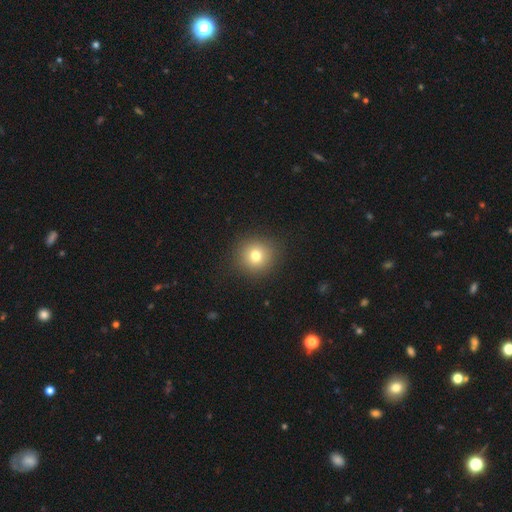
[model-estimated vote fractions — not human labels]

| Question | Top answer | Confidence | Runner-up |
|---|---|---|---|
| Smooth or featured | smooth | 76% | star or artifact (14%) |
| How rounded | round | 91% | in between (8%) |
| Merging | none | 90% | minor disturbance (6%) |